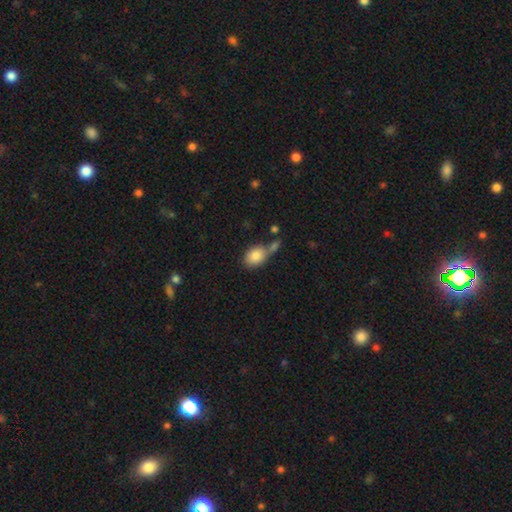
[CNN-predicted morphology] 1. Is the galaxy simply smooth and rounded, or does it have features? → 84% smooth, 8% featured or disk, 8% star or artifact.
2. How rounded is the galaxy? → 72% in between, 27% round, 1% cigar-shaped.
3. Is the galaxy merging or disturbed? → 49% none, 28% merger, 17% minor disturbance, 6% major disturbance.